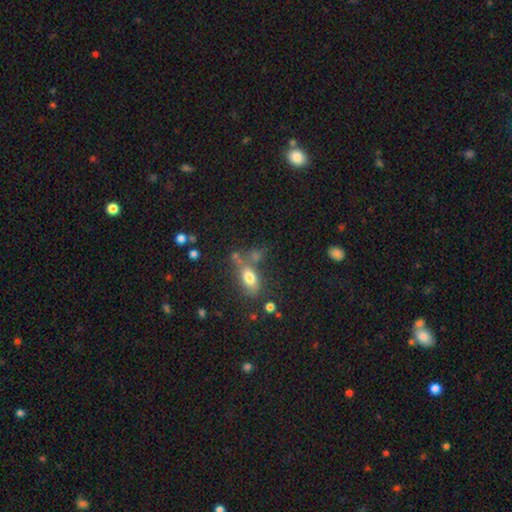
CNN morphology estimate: Smooth or featured? smooth (70%)
How rounded? in between (78%)
Merging? none (58%)